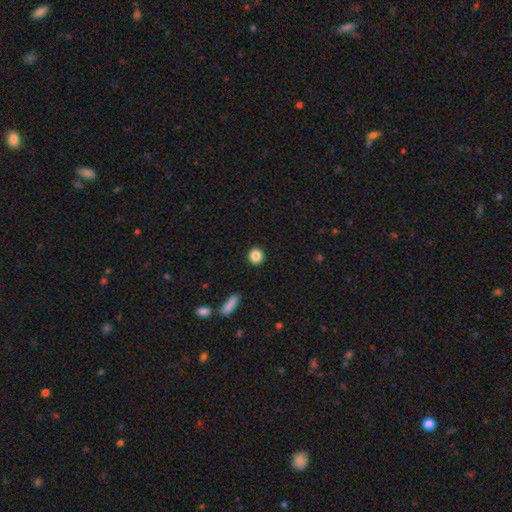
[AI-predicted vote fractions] A smooth galaxy with no disk features (87%) that is round (83%). Merging: none (91%).